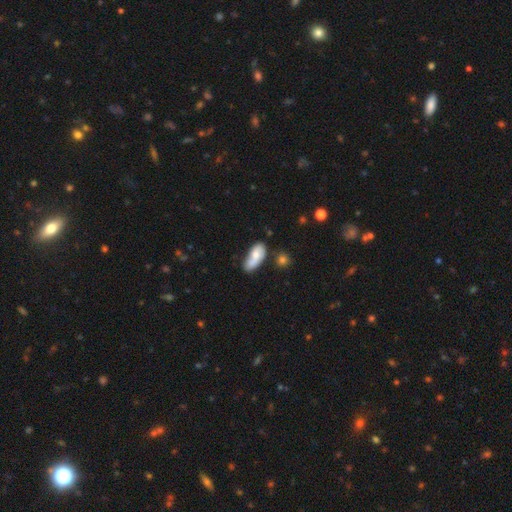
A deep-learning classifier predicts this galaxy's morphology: smooth_or_featured: smooth (p=0.66) [alt: featured or disk p=0.27]
how_rounded: in between (p=0.85) [alt: cigar-shaped p=0.11]
merging: none (p=0.41) [alt: minor disturbance p=0.29]